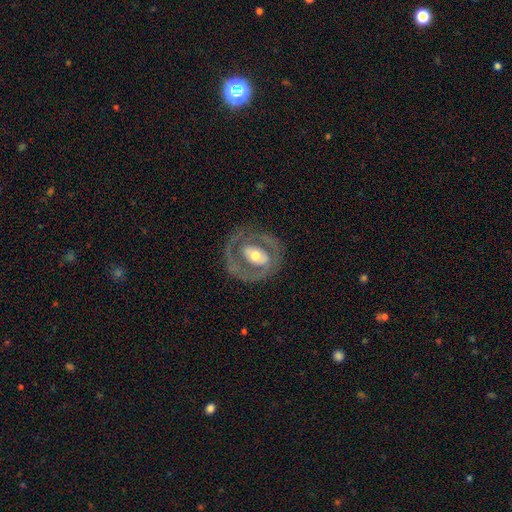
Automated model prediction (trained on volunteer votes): smooth-or-featured: featured or disk: 74% | smooth: 21% | star or artifact: 5%
  disk-edge-on: no: 95% | yes: 5%
    bar: no: 43% | weak: 31% | strong: 26%
    has-spiral-arms: no: 50% (tied) | yes: 50% (tied)
    bulge-size: moderate: 64% | small: 17% | large: 16% | dominant: 2% | none: 1%
  merging: none: 73% | minor disturbance: 14% | major disturbance: 11% | merger: 1%